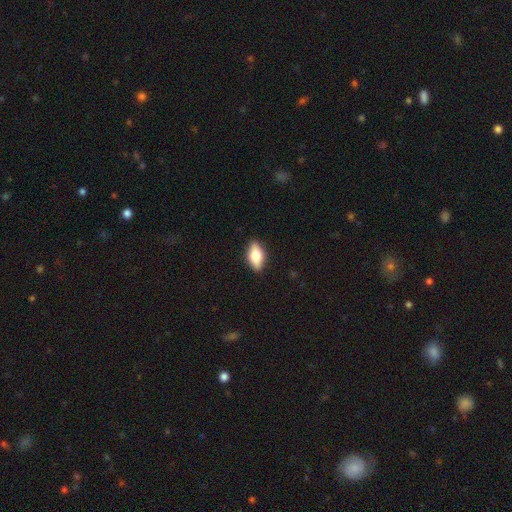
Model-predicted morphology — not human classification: Smooth or featured: smooth — 63% (featured or disk — 30%)
How rounded: in between — 83% (cigar-shaped — 13%)
Merging: none — 88% (minor disturbance — 9%)